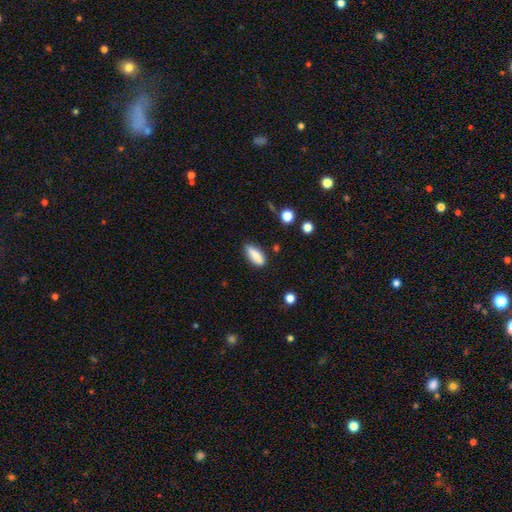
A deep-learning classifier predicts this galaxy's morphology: Q: Smooth or featured?
A: smooth (87%); runner-up: star or artifact (7%)
Q: How rounded?
A: in between (71%); runner-up: cigar-shaped (27%)
Q: Merging?
A: none (83%); runner-up: minor disturbance (13%)